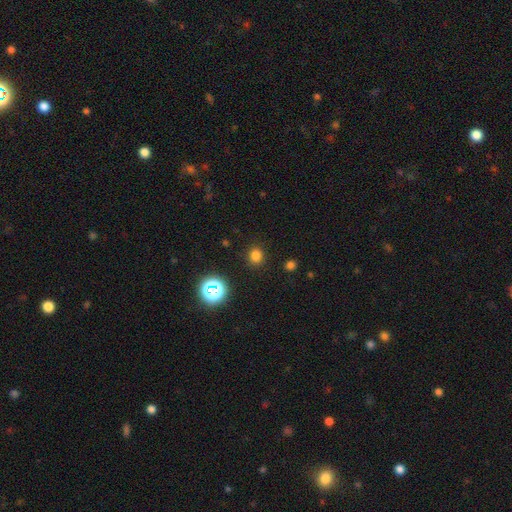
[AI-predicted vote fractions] smooth_or_featured: smooth (p=0.76) [alt: star or artifact p=0.19]
how_rounded: round (p=0.76) [alt: in between p=0.23]
merging: none (p=0.88) [alt: minor disturbance p=0.07]